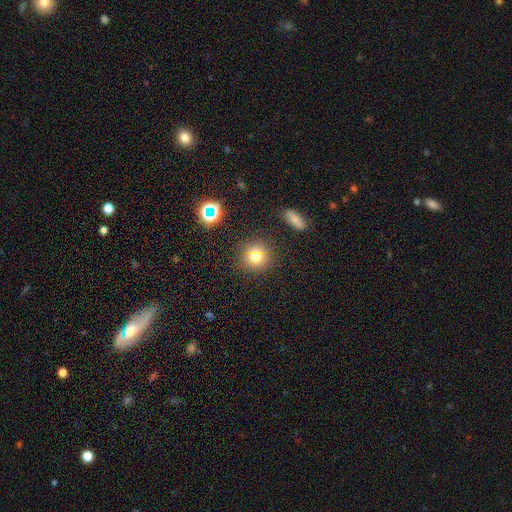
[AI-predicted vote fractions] Smooth or featured: smooth — 71% (star or artifact — 20%)
How rounded: round — 91% (in between — 8%)
Merging: none — 85% (minor disturbance — 8%)